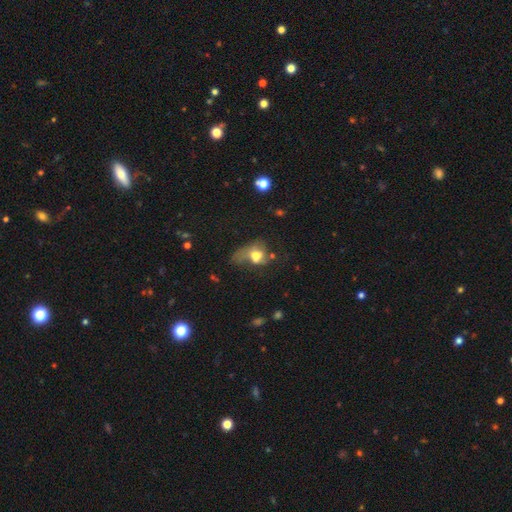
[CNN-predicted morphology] Overall: smooth (59%; featured or disk 28%). How rounded: in between (66%; round 32%). Merging: major disturbance (49%; none 20%).